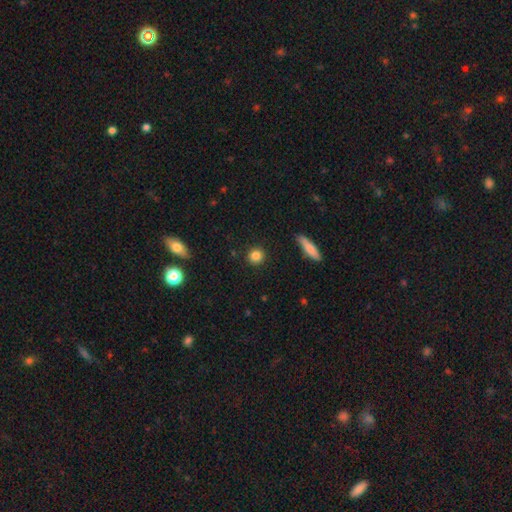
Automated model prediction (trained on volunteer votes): Smooth or featured?
  - smooth: 84% *
  - star or artifact: 10%
  - featured or disk: 6%
How rounded?
  - round: 89% *
  - in between: 9%
  - cigar-shaped: 2%
Merging?
  - none: 91% *
  - minor disturbance: 6%
  - major disturbance: 2%
  - merger: 1%